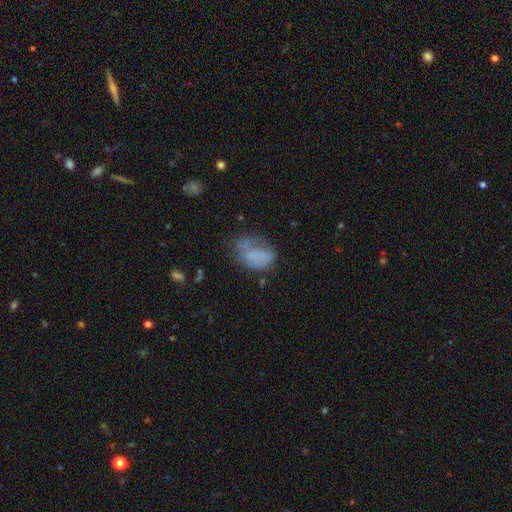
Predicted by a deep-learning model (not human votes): A smooth galaxy with no disk features (59%) that is in between round and cigar-shaped (81%).

Vote fractions:
- Smooth or featured? smooth: 59% / featured or disk: 29% / star or artifact: 13%
- How rounded? in between: 81% / round: 17% / cigar-shaped: 2%
- Merging? major disturbance: 32% (tied) / none: 32% (tied) / minor disturbance: 29% / merger: 7%